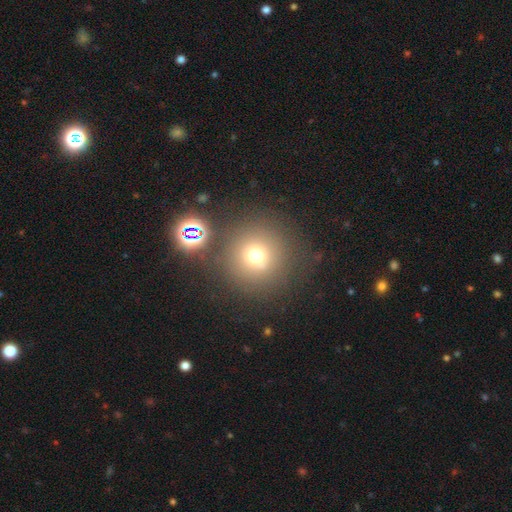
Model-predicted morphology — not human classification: smooth-or-featured: smooth: 68% | star or artifact: 20% | featured or disk: 12%
  how-rounded: round: 95% | in between: 4% | cigar-shaped: 1%
  merging: none: 78% | minor disturbance: 9% | merger: 7% | major disturbance: 5%